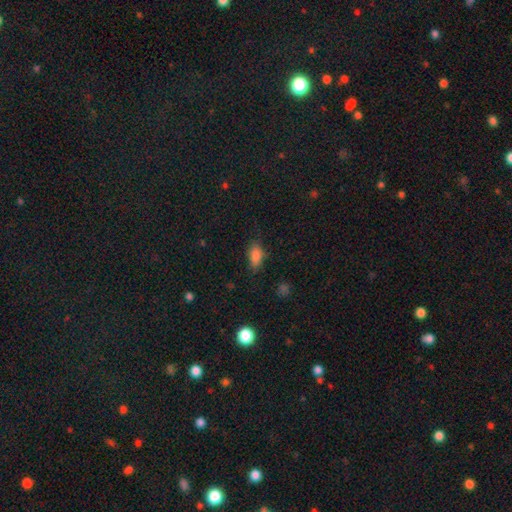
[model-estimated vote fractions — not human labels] Morphology: type=smooth (84%); roundness=in between (88%); merging=none (72%).